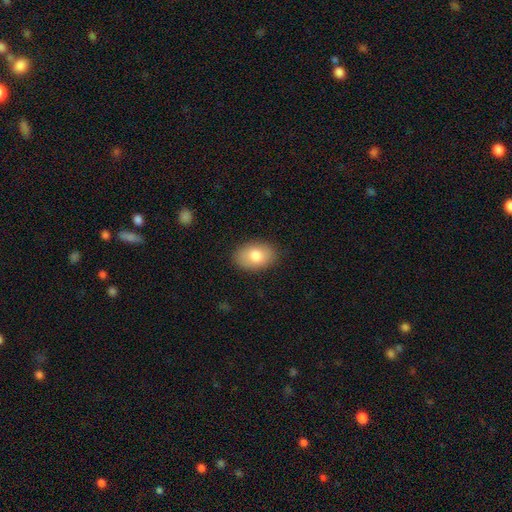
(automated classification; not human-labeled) smooth 80%, featured or disk 13%, star or artifact 7%. Down the decision tree: how rounded — in between (85%); merging — none (86%).